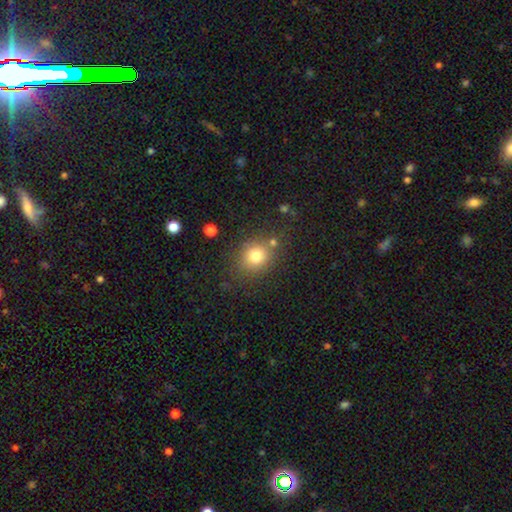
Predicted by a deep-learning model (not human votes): Smooth or featured?
  - smooth: 78% *
  - star or artifact: 13%
  - featured or disk: 9%
How rounded?
  - round: 68% *
  - in between: 31%
  - cigar-shaped: 1%
Merging?
  - none: 75% *
  - minor disturbance: 12%
  - merger: 8%
  - major disturbance: 5%